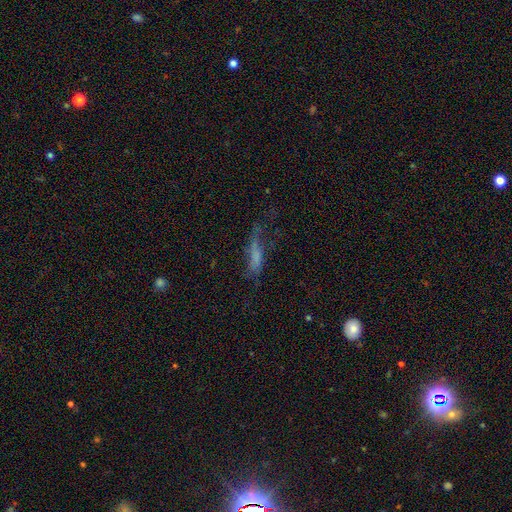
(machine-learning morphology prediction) A smooth galaxy with no disk features (47%).

Vote fractions:
- Smooth or featured? smooth: 47% / featured or disk: 37% / star or artifact: 16%
- Merging? major disturbance: 39% / none: 34% / minor disturbance: 22% / merger: 5%